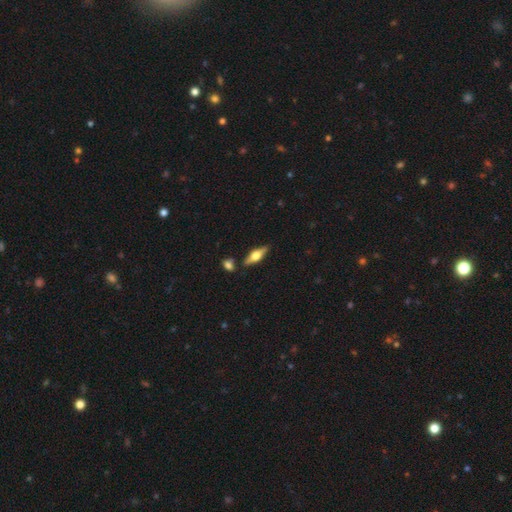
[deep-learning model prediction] Smooth or featured? featured or disk (62%)
Edge-on disk? yes (95%)
Edge-on bulge? rounded (92%)
Merging? none (81%)